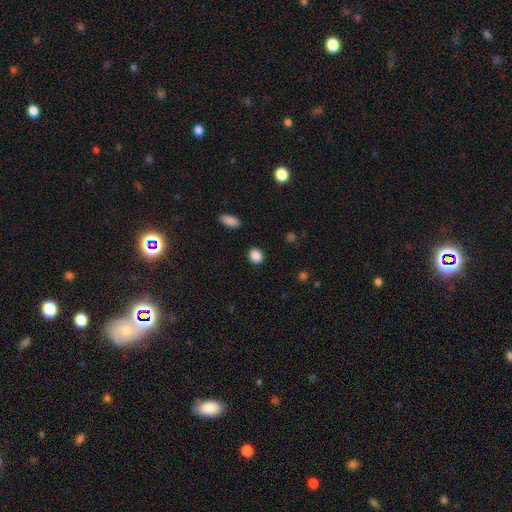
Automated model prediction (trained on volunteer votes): Smooth or featured?
  - smooth: 88% *
  - star or artifact: 9%
  - featured or disk: 3%
How rounded?
  - round: 50% *
  - in between: 48%
  - cigar-shaped: 1%
Merging?
  - none: 89% *
  - minor disturbance: 7%
  - major disturbance: 2%
  - merger: 2%